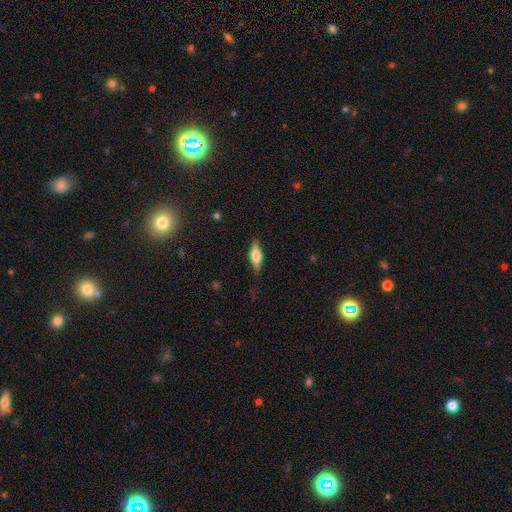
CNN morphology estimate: type=featured or disk (52%); edge-on=yes (94%); merging=none (83%).